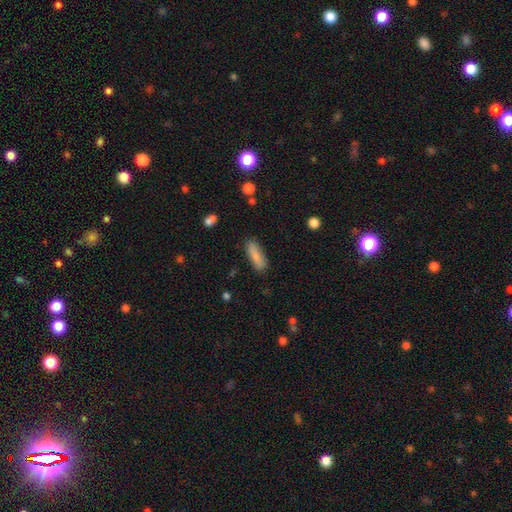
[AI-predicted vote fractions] Smooth or featured?
  - smooth: 82% *
  - featured or disk: 12%
  - star or artifact: 6%
How rounded?
  - in between: 54% *
  - cigar-shaped: 44%
  - round: 2%
Merging?
  - none: 84% *
  - minor disturbance: 12%
  - major disturbance: 3%
  - merger: 2%